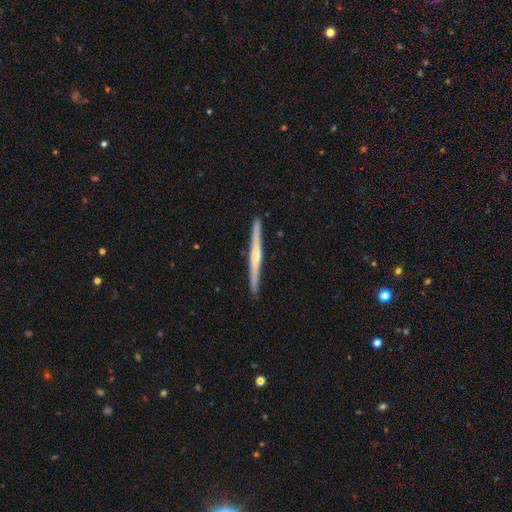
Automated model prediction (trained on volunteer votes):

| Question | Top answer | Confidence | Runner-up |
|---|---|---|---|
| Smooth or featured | featured or disk | 73% | smooth (20%) |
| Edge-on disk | yes | 98% | no (2%) |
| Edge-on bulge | rounded | 71% | none (23%) |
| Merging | none | 91% | minor disturbance (7%) |